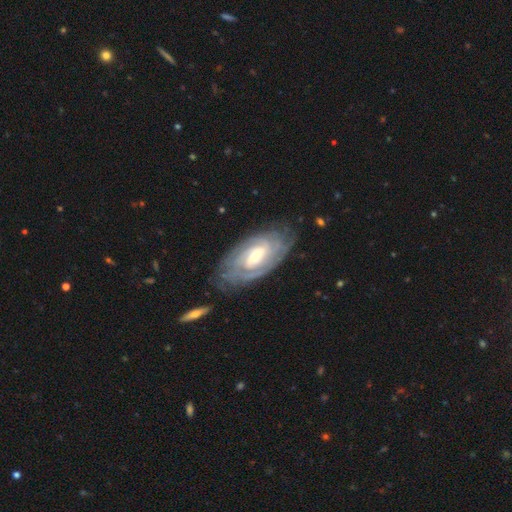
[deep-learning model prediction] Smooth or featured? Predicted: featured or disk (p=0.84). Edge-on disk? Predicted: no (p=0.94). Bar? Predicted: weak (p=0.45). Spiral arms? Predicted: yes (p=0.94). Spiral winding? Predicted: tight (p=0.74). Spiral arm count? Predicted: can't tell (p=0.43). Bulge size? Predicted: moderate (p=0.47). Merging? Predicted: none (p=0.74).